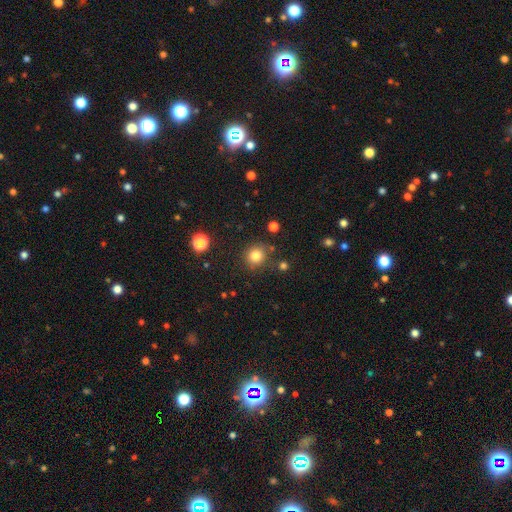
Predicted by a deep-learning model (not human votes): This appears to be a smooth galaxy with no disk features (81%) that is round (89%). Merging: none (83%).